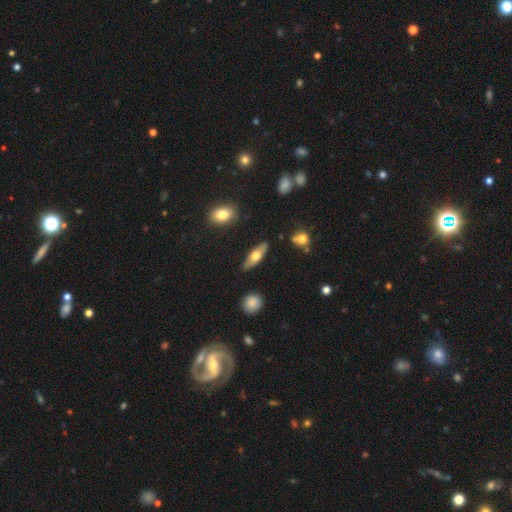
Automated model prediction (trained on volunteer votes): A smooth galaxy with no disk features (55%) that is in between round and cigar-shaped (56%).

Vote fractions:
- Smooth or featured? smooth: 55% / featured or disk: 39% / star or artifact: 6%
- How rounded? in between: 56% / cigar-shaped: 40% / round: 3%
- Merging? none: 84% / minor disturbance: 12% / major disturbance: 2% / merger: 2%